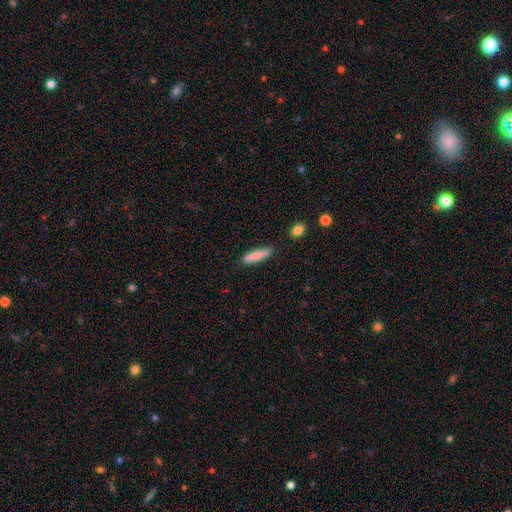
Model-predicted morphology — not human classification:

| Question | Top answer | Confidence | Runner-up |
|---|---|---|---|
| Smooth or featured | smooth | 85% | featured or disk (9%) |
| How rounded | cigar-shaped | 82% | in between (17%) |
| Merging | none | 83% | minor disturbance (12%) |